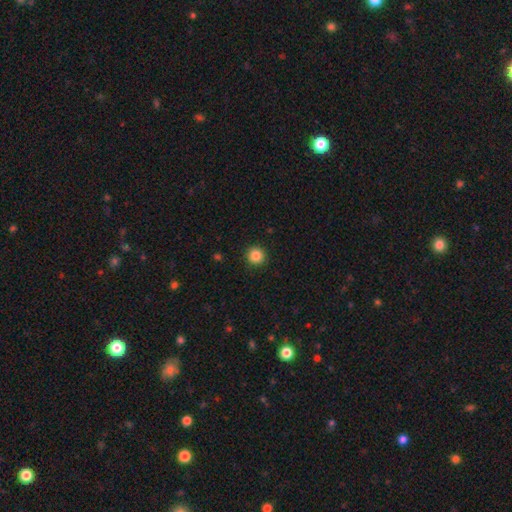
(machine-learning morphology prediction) smooth_or_featured: smooth (p=0.86) [alt: star or artifact p=0.10]
how_rounded: round (p=0.95) [alt: in between p=0.04]
merging: none (p=0.93) [alt: minor disturbance p=0.05]